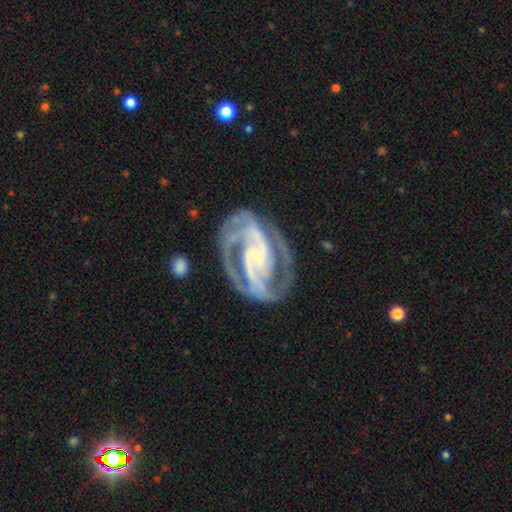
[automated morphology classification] Smooth or featured: featured or disk — 92% (star or artifact — 4%)
Edge-on disk: no — 98% (yes — 2%)
Bar: strong — 38% (weak — 36%)
Spiral arms: yes — 98% (no — 2%)
Spiral winding: tight — 49% (medium — 44%)
Spiral arm count: 2 — 65% (3 — 16%)
Bulge size: small — 73% (moderate — 15%)
Merging: none — 69% (minor disturbance — 17%)